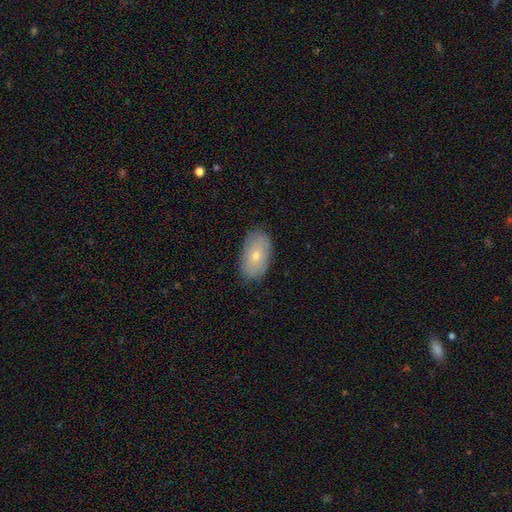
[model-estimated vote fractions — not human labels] Q: Smooth or featured?
A: smooth (65%); runner-up: featured or disk (27%)
Q: How rounded?
A: in between (92%); runner-up: round (7%)
Q: Merging?
A: none (84%); runner-up: minor disturbance (13%)